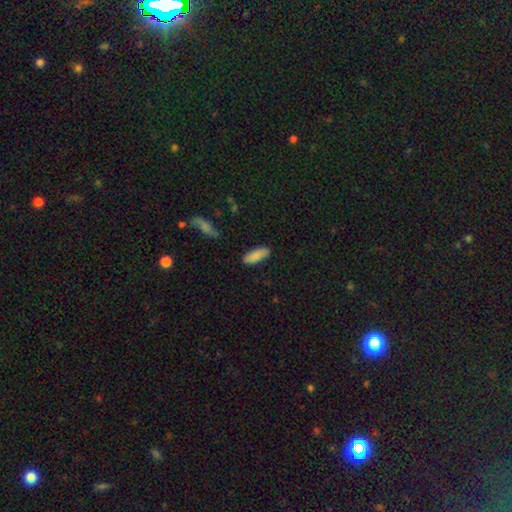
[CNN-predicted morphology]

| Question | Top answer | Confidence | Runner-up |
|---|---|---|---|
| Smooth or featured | smooth | 88% | star or artifact (6%) |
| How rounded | in between | 68% | cigar-shaped (31%) |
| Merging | none | 86% | minor disturbance (10%) |